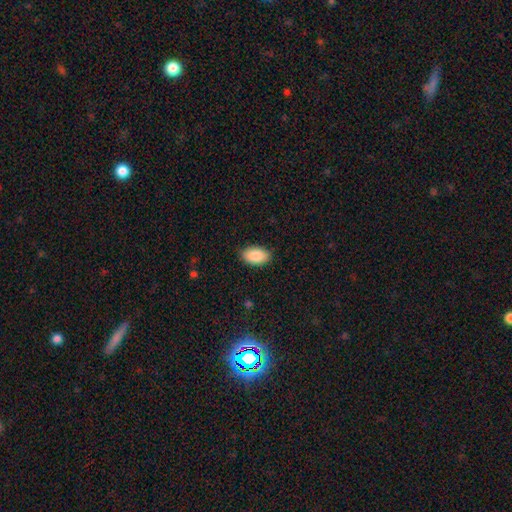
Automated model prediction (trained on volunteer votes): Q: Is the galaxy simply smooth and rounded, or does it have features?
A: smooth — 89%.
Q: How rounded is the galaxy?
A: in between — 94%.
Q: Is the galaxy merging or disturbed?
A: none — 87%.